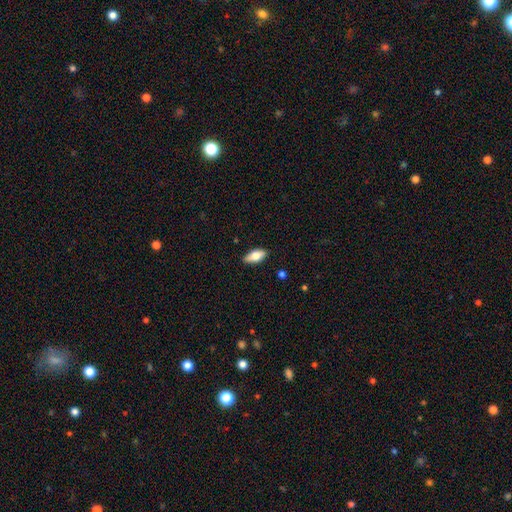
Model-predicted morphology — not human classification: smooth-or-featured: smooth: 74% | featured or disk: 20% | star or artifact: 6%
  how-rounded: in between: 84% | cigar-shaped: 13% | round: 3%
  merging: none: 88% | minor disturbance: 10% | major disturbance: 2% | merger: 1%